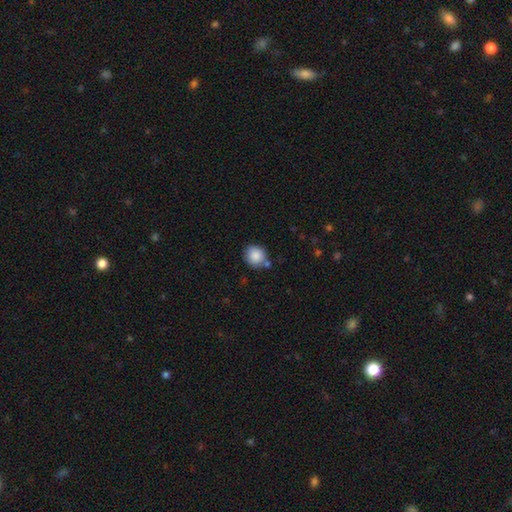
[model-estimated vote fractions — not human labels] Smooth or featured? Predicted: smooth (p=0.86). How rounded? Predicted: round (p=0.88). Merging? Predicted: none (p=0.73).